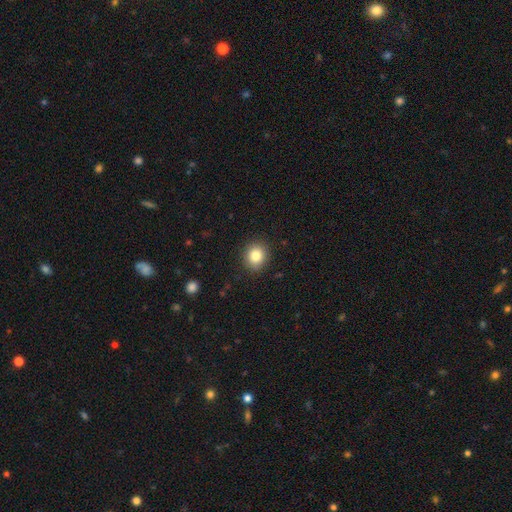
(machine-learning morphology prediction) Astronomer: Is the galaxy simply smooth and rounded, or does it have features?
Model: smooth — 83%.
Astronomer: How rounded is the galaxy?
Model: round — 81%.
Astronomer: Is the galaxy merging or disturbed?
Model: none — 90%.